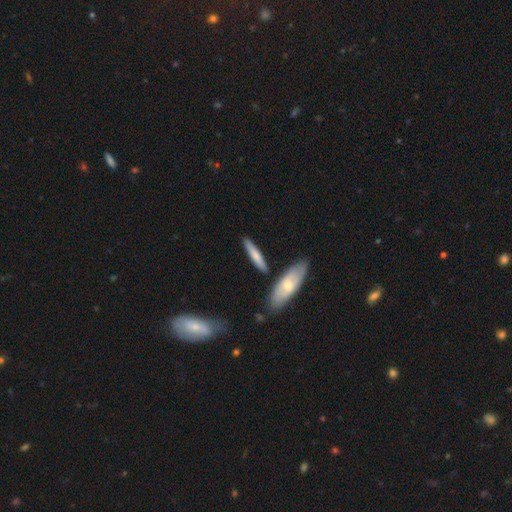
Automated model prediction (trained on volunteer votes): smooth 67%, featured or disk 28%, star or artifact 5%. Down the decision tree: how rounded — cigar-shaped (84%); merging — none (81%).